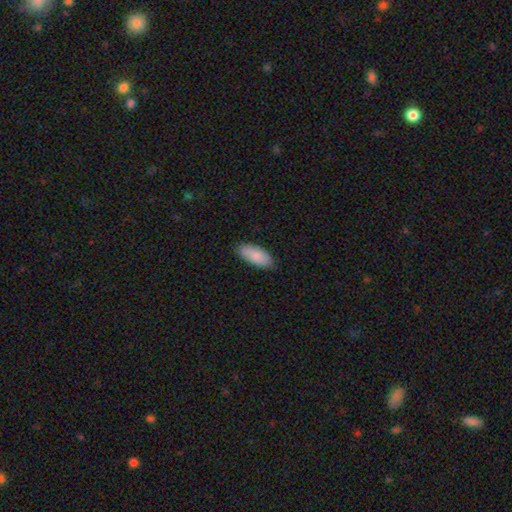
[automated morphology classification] Overall: smooth (88%). How rounded: in between (87%). Merging: none (86%).